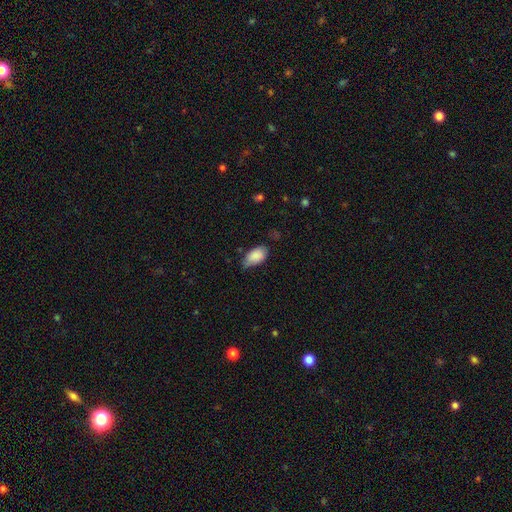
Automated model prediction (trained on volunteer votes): A smooth galaxy with no disk features (86%) that is in between round and cigar-shaped (94%).

Vote fractions:
- Smooth or featured? smooth: 86% / featured or disk: 7% / star or artifact: 7%
- How rounded? in between: 94% / round: 4% / cigar-shaped: 3%
- Merging? none: 54% / minor disturbance: 37% / major disturbance: 7% / merger: 2%